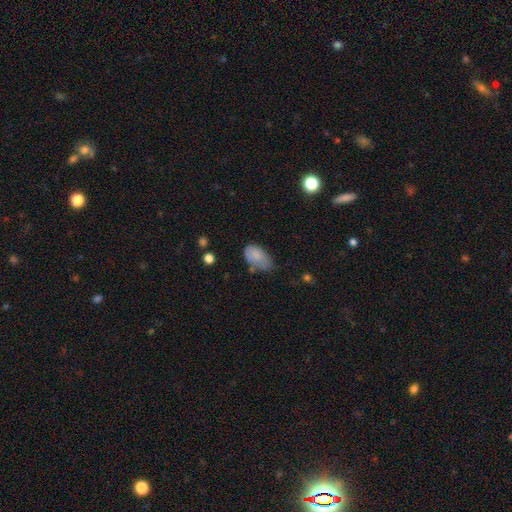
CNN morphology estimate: Smooth or featured: smooth — 79% (featured or disk — 14%)
How rounded: in between — 92% (round — 6%)
Merging: minor disturbance — 44% (none — 37%)